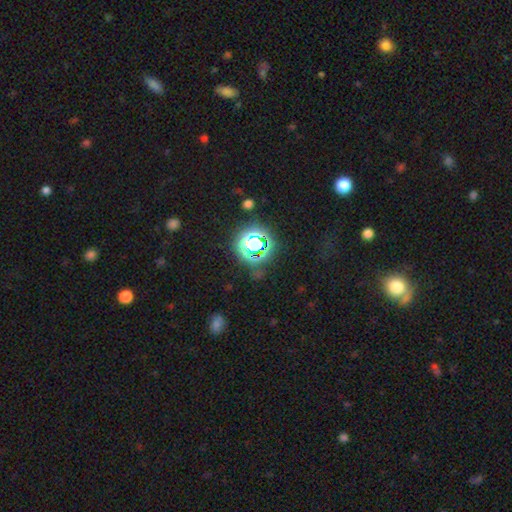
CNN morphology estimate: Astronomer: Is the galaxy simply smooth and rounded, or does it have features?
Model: star or artifact — 72%.